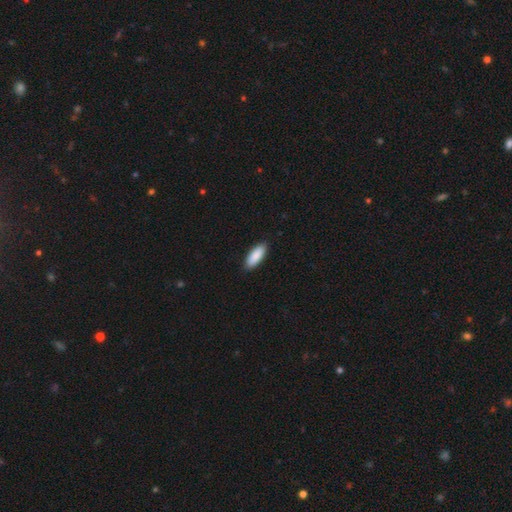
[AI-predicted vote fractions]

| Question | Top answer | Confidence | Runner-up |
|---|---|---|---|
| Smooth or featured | smooth | 91% | star or artifact (5%) |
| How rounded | in between | 74% | cigar-shaped (24%) |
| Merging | none | 90% | minor disturbance (8%) |